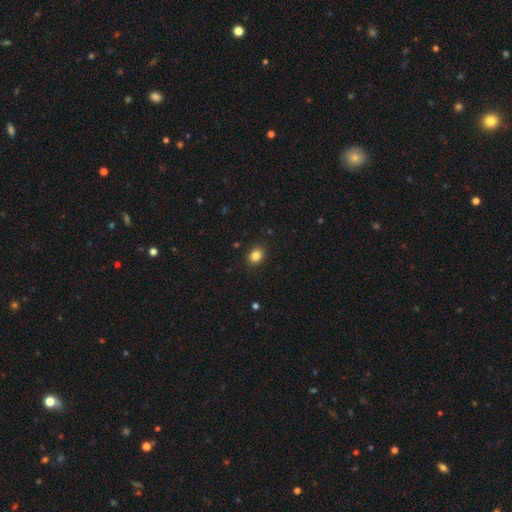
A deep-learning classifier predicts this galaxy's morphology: A smooth galaxy with no disk features (85%) that is round (51%). Merging: none (87%).